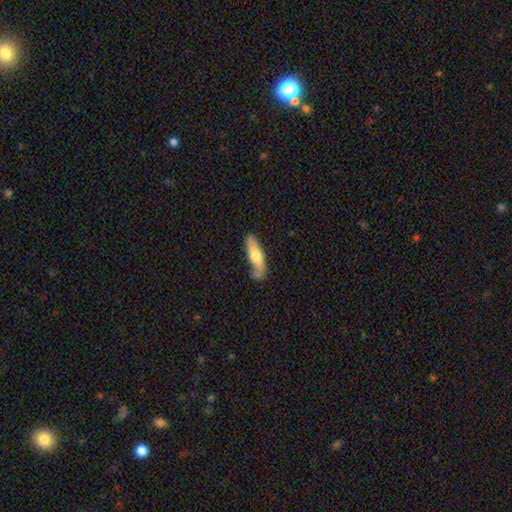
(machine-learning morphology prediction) This is possibly a smooth galaxy (60%). How rounded: possibly cigar-shaped (58%). Merging: likely none (65%).